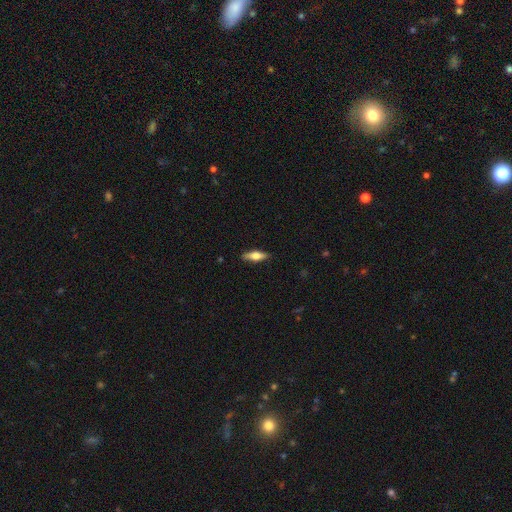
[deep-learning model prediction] A smooth galaxy with no disk features (54%) that is in between round and cigar-shaped (50%). Merging: none (88%).